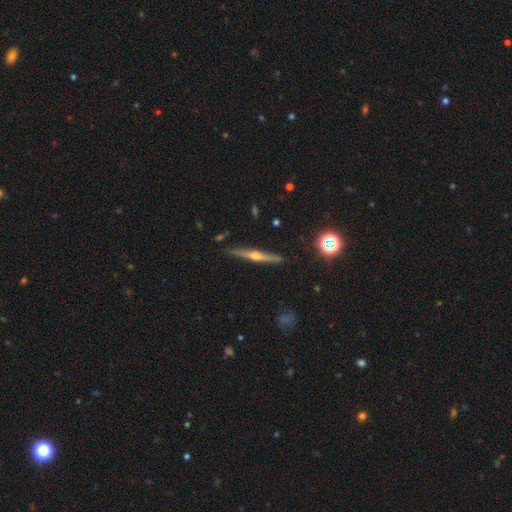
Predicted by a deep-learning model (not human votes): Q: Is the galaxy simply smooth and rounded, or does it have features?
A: featured or disk — 76%.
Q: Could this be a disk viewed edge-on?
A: yes — 98%.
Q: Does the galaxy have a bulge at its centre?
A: rounded — 91%.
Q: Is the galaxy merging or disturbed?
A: none — 89%.